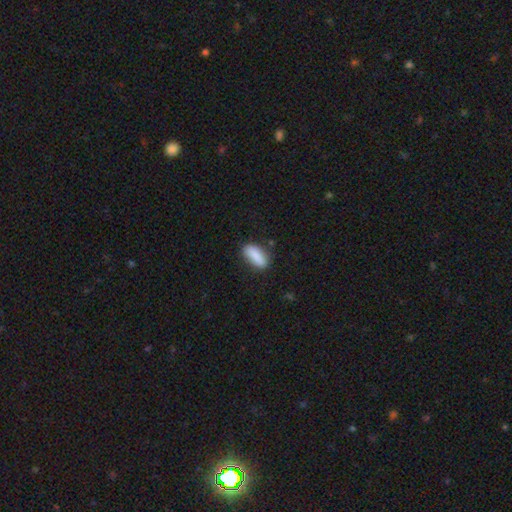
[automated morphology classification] type=smooth (86%); roundness=in between (71%); merging=none (78%).